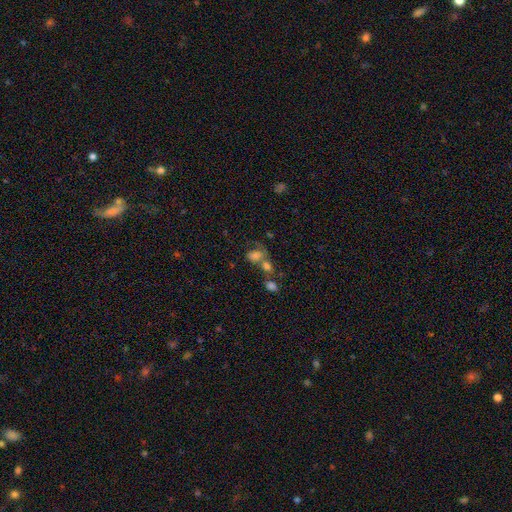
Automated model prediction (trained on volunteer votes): A smooth galaxy with no disk features (68%) that is in between round and cigar-shaped (58%). Merging: merger (46%).